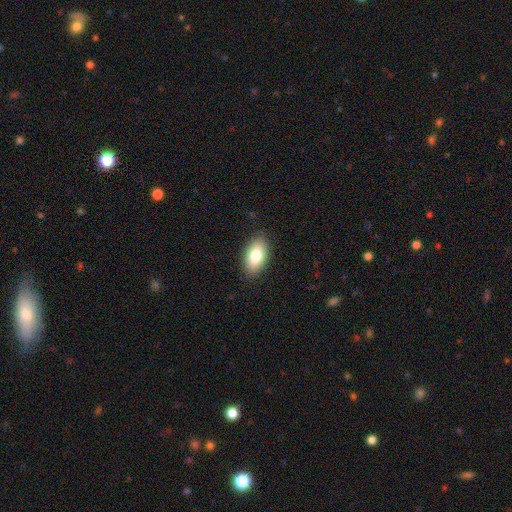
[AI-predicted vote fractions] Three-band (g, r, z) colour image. It shows a smooth galaxy with no disk features (82%) that is in between round and cigar-shaped (94%). Merging: none (87%).